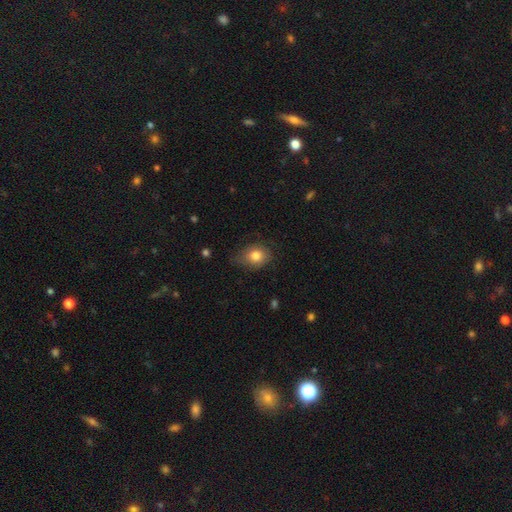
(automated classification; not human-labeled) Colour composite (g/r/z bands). It shows a smooth galaxy with no disk features (81%) that is in between round and cigar-shaped (51%). Merging: none (62%).